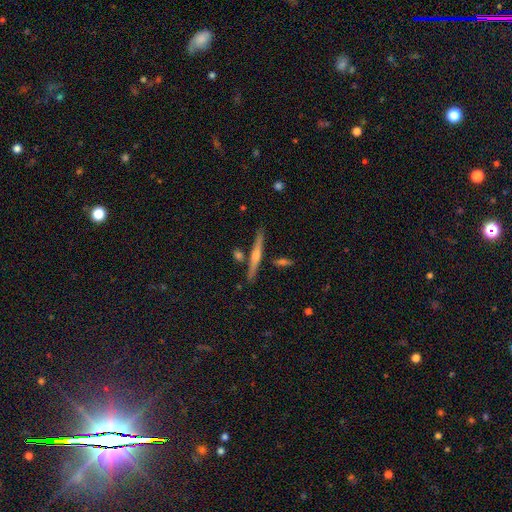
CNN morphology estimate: A featured or disk galaxy (67%) viewed edge-on (97%) with a rounded central bulge (68%).

Vote fractions:
- Smooth or featured? featured or disk: 67% / smooth: 26% / star or artifact: 7%
- Edge-on disk? yes: 97% / no: 3%
- Edge-on bulge? rounded: 68% / none: 17% / boxy: 15%
- Merging? none: 83% / minor disturbance: 9% / merger: 5% / major disturbance: 2%